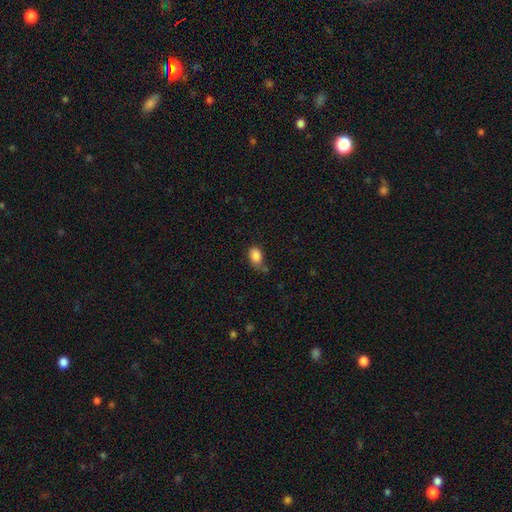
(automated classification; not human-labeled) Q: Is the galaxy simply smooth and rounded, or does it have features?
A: smooth — 86%.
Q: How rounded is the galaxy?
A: in between — 81%.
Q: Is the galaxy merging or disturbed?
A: none — 51%.